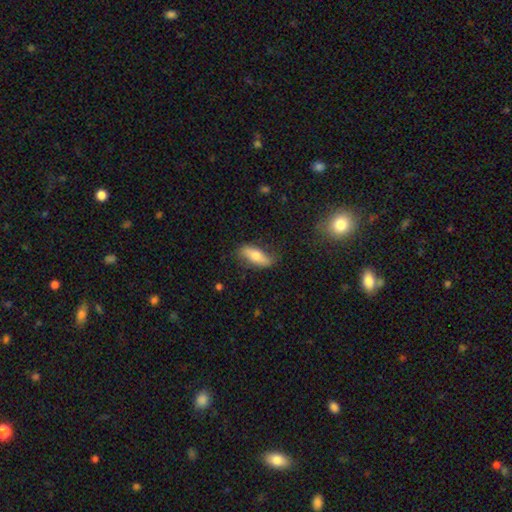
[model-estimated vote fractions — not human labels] smooth-or-featured: smooth: 62% | featured or disk: 32% | star or artifact: 6%
  how-rounded: in between: 66% | cigar-shaped: 30% | round: 3%
  merging: none: 72% | minor disturbance: 21% | major disturbance: 6% | merger: 2%